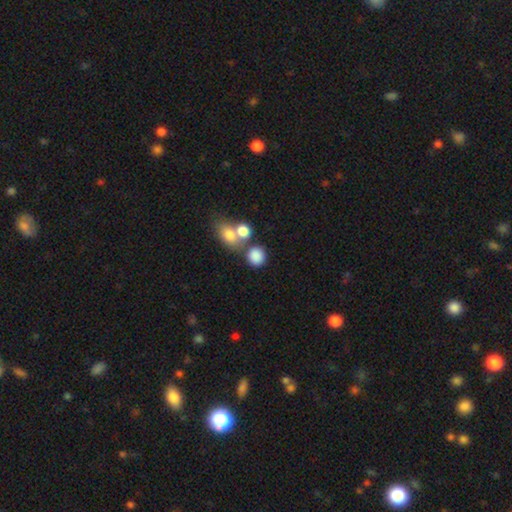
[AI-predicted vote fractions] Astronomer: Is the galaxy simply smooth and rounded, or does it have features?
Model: smooth — 83%.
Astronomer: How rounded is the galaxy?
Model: round — 79%.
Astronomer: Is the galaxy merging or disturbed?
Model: none — 52% (runner-up: merger, 31%).